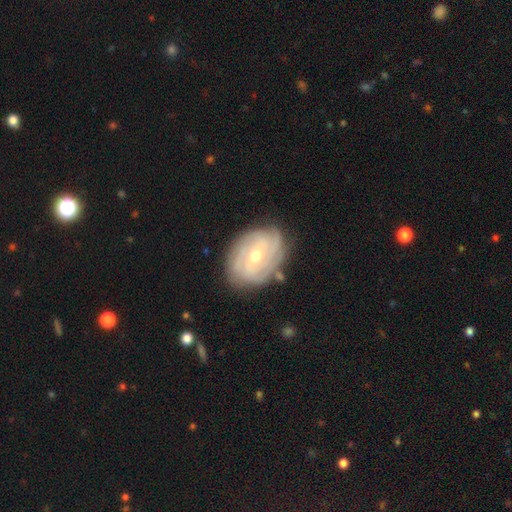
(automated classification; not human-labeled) featured or disk 82%, smooth 13%, star or artifact 6%. Down the decision tree: edge-on disk — no (96%); bar — weak (49%); spiral arms — yes (92%); spiral arm count — can't tell (33%); spiral winding — tight (68%); bulge size — moderate (59%); merging — none (77%).